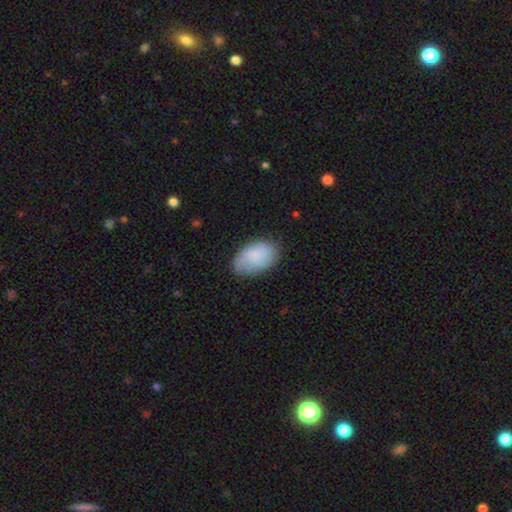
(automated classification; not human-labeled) A smooth galaxy with no disk features (78%) that is in between round and cigar-shaped (93%).

Vote fractions:
- Smooth or featured? smooth: 78% / featured or disk: 15% / star or artifact: 6%
- How rounded? in between: 93% / round: 6% / cigar-shaped: 1%
- Merging? none: 71% / minor disturbance: 23% / major disturbance: 5% / merger: 1%